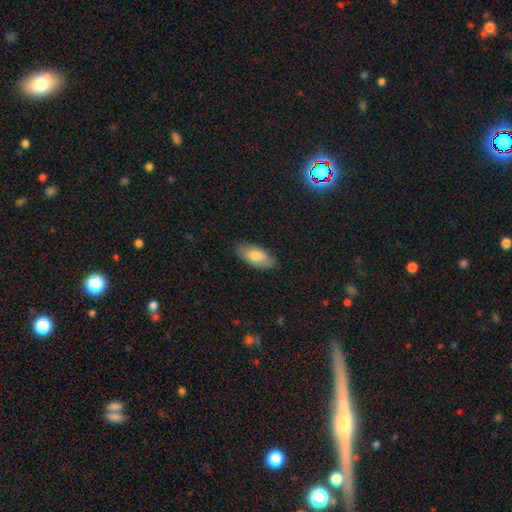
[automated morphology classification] Overall: smooth (75%). How rounded: in between (90%). Merging: none (83%).